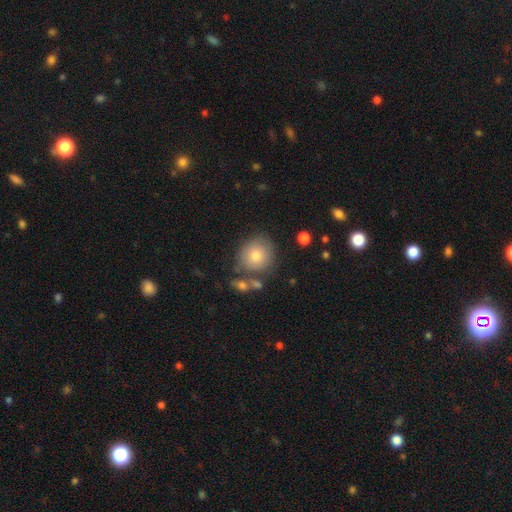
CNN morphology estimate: Smooth or featured?
  - smooth: 78% *
  - featured or disk: 12%
  - star or artifact: 10%
How rounded?
  - round: 87% *
  - in between: 12%
  - cigar-shaped: 1%
Merging?
  - none: 73% *
  - minor disturbance: 14%
  - merger: 10%
  - major disturbance: 4%